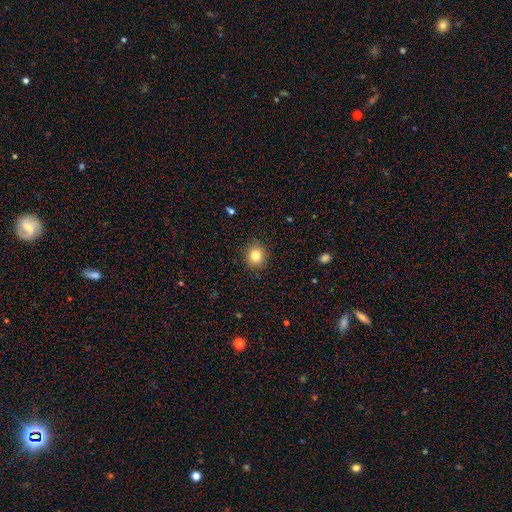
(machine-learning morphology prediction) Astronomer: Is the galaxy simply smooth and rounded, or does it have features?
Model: smooth — 82%.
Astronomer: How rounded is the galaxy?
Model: round — 82%.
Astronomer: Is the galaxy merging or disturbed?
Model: none — 89%.